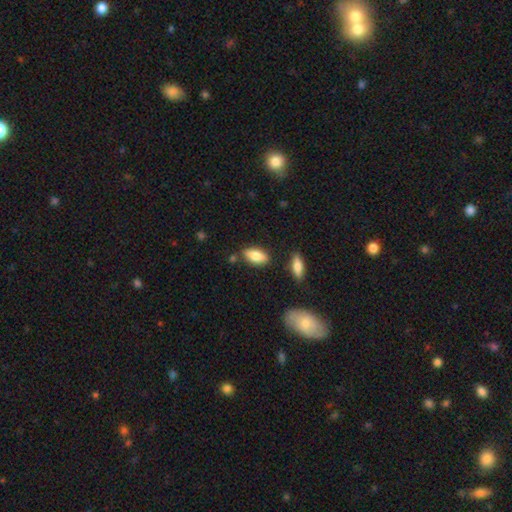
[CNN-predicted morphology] A smooth galaxy with no disk features (82%) that is in between round and cigar-shaped (88%).

Vote fractions:
- Smooth or featured? smooth: 82% / featured or disk: 12% / star or artifact: 7%
- How rounded? in between: 88% / cigar-shaped: 9% / round: 3%
- Merging? none: 79% / minor disturbance: 13% / merger: 5% / major disturbance: 3%